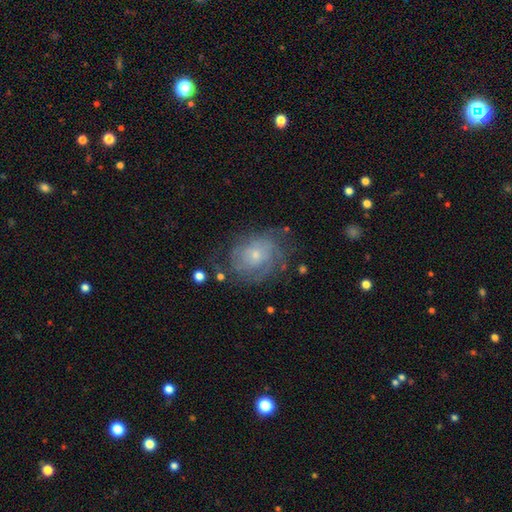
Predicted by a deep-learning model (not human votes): featured or disk 71%, smooth 20%, star or artifact 9%. Down the decision tree: edge-on disk — no (97%); bar — no (79%); spiral arms — yes (85%); spiral arm count — can't tell (50%); spiral winding — tight (60%); bulge size — small (72%); merging — none (63%).